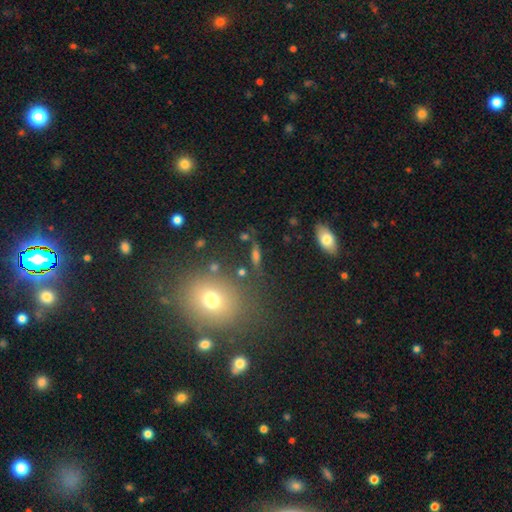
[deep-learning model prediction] A smooth galaxy with no disk features (55%) that is in between round and cigar-shaped (44%). Merging: none (76%).